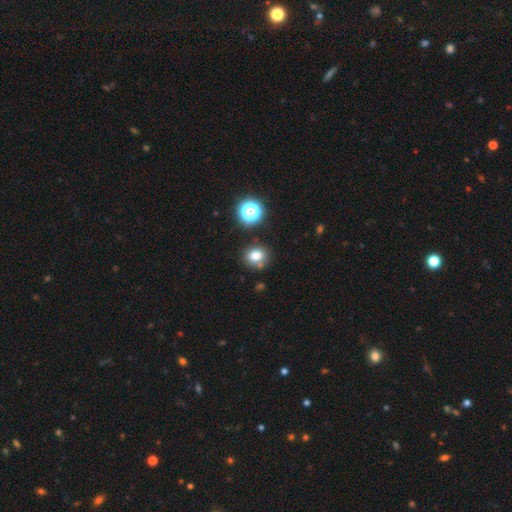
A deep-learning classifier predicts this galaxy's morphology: smooth 78%, star or artifact 14%, featured or disk 7%. Down the decision tree: how rounded — round (67%); merging — none (74%).